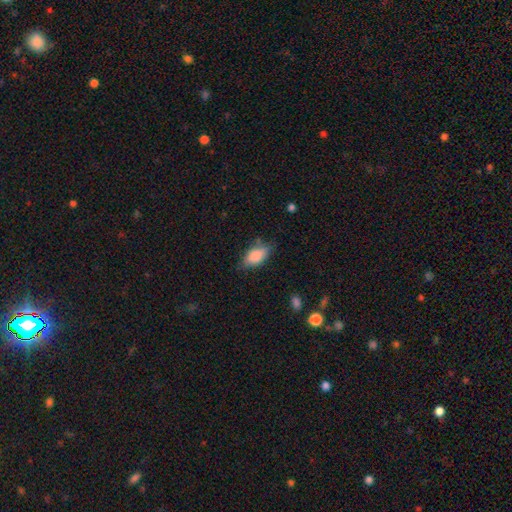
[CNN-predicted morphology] A smooth galaxy with no disk features (82%) that is in between round and cigar-shaped (88%).

Vote fractions:
- Smooth or featured? smooth: 82% / featured or disk: 11% / star or artifact: 7%
- How rounded? in between: 88% / cigar-shaped: 9% / round: 4%
- Merging? none: 67% / minor disturbance: 24% / major disturbance: 6% / merger: 3%